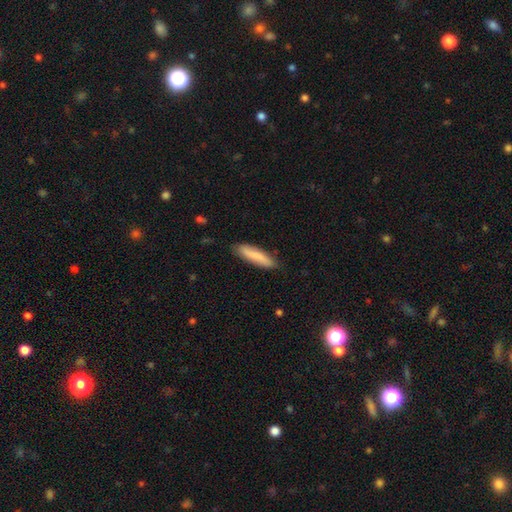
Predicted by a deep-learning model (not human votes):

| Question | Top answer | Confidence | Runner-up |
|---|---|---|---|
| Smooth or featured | smooth | 82% | featured or disk (12%) |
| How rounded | cigar-shaped | 79% | in between (19%) |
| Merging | none | 85% | minor disturbance (12%) |